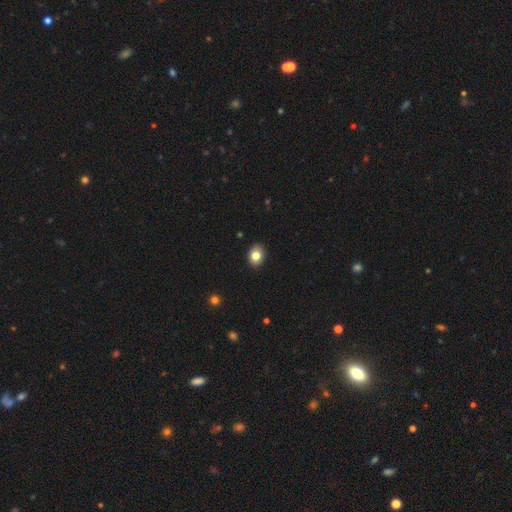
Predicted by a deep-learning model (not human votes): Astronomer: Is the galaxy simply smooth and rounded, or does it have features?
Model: smooth — 82%.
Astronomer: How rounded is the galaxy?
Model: in between — 64%.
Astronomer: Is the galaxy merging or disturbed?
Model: none — 89%.